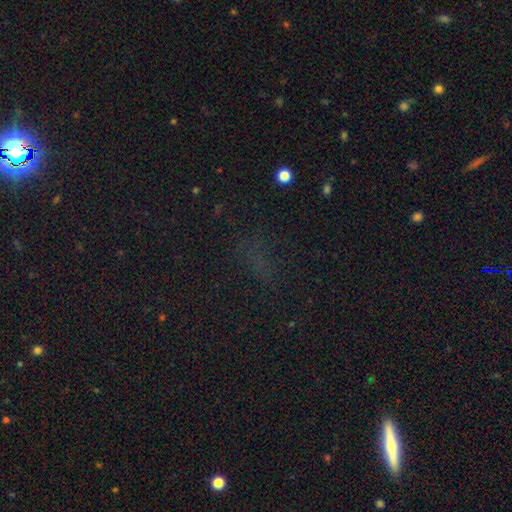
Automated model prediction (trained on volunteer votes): Overall: star or artifact (59%; smooth 30%).